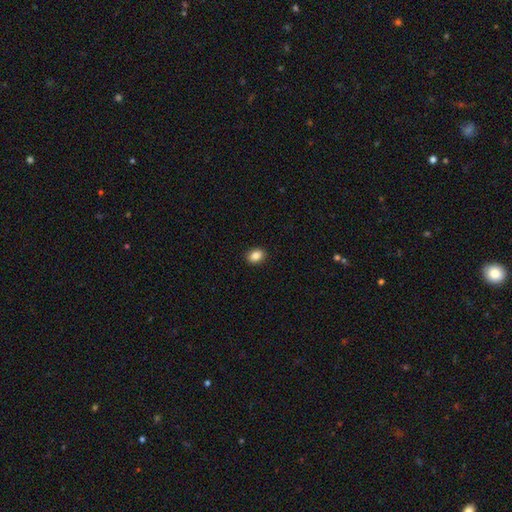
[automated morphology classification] Smooth or featured? Predicted: smooth (p=0.86). How rounded? Predicted: in between (p=0.69). Merging? Predicted: none (p=0.91).